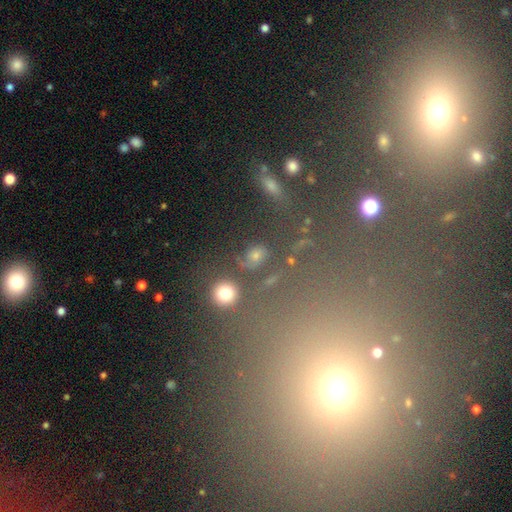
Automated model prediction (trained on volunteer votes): Q: Smooth or featured?
A: star or artifact (48%); runner-up: smooth (38%)